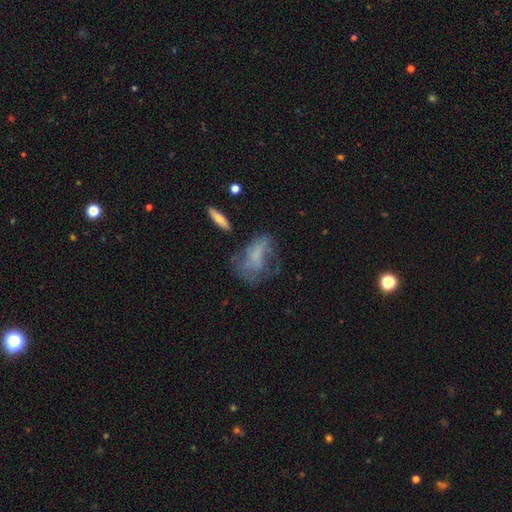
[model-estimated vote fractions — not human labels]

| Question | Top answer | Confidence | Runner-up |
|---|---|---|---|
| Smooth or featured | featured or disk | 48% | smooth (39%) |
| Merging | none | 40% | major disturbance (31%) |